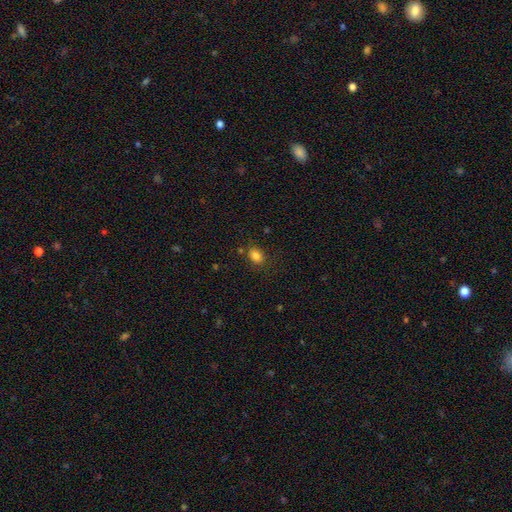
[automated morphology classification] Smooth or featured: smooth — 83% (star or artifact — 11%)
How rounded: in between — 59% (round — 40%)
Merging: none — 81% (minor disturbance — 12%)